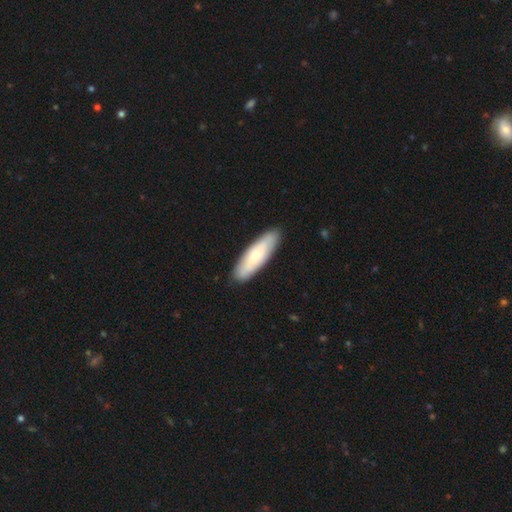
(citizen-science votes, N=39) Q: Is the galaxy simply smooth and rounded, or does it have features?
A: smooth — 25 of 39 (64%).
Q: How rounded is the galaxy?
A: in between — 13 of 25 (52%).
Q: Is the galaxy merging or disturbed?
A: none — 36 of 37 (97%).